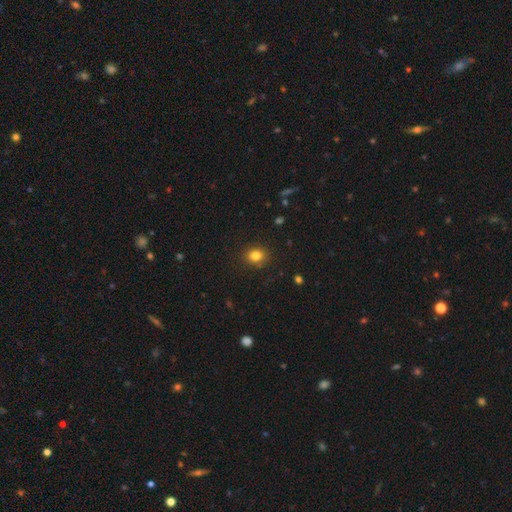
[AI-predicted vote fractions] This is clearly a smooth galaxy (83%). How rounded: likely round (64%). Merging: clearly none (88%).